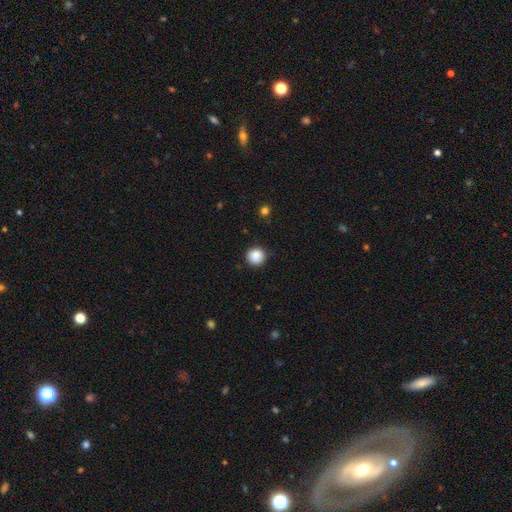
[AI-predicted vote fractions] Morphology: type=smooth (88%); roundness=round (93%); merging=none (89%).